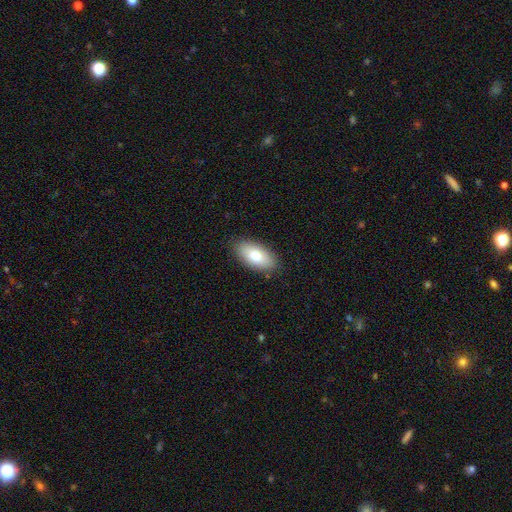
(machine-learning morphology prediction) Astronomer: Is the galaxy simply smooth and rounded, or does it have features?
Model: smooth — 80%.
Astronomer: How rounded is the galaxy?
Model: in between — 93%.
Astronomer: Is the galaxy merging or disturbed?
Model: none — 86%.